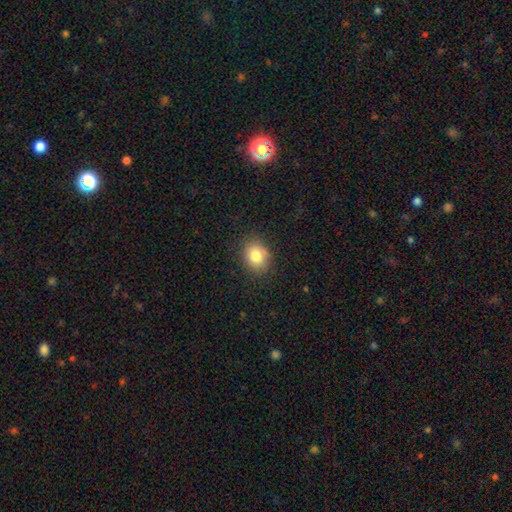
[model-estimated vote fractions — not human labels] Morphology: type=smooth (81%); roundness=in between (52%); merging=none (83%).